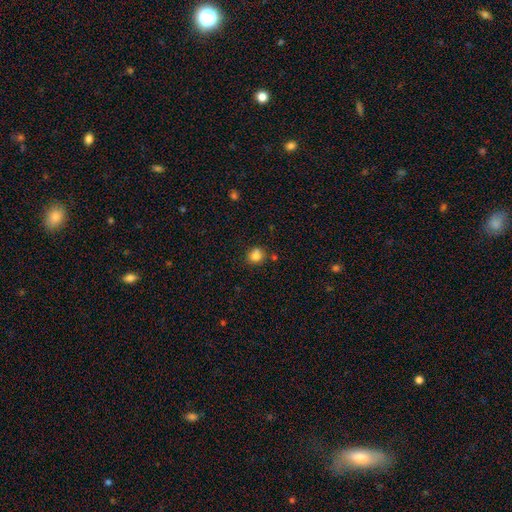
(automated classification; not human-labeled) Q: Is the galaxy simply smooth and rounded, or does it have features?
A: smooth — 81%.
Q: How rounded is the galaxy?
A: round — 71%.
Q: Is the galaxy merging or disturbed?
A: none — 65%.